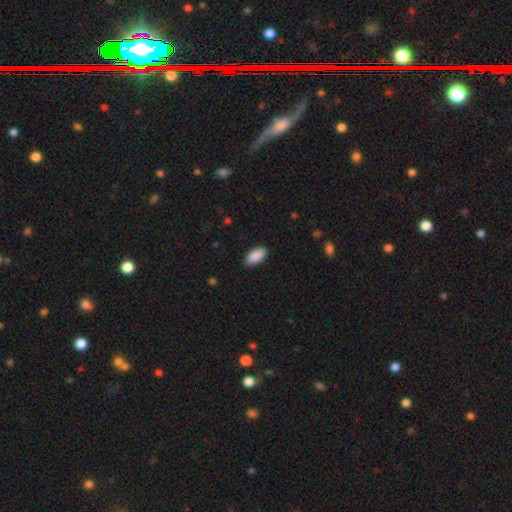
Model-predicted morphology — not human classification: A smooth galaxy with no disk features (90%) that is in between round and cigar-shaped (93%).

Vote fractions:
- Smooth or featured? smooth: 90% / star or artifact: 6% / featured or disk: 4%
- How rounded? in between: 93% / cigar-shaped: 5% / round: 2%
- Merging? none: 84% / minor disturbance: 13% / major disturbance: 2% / merger: 1%